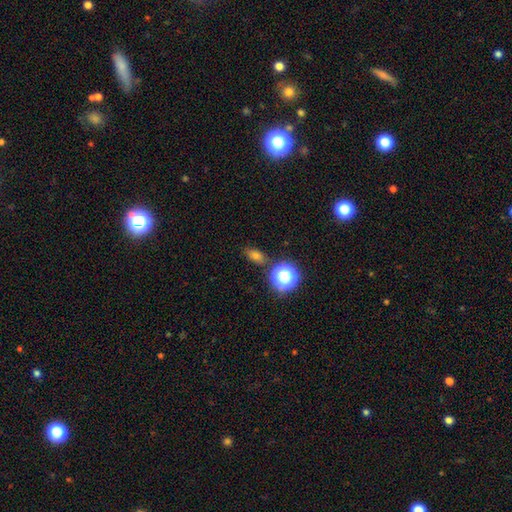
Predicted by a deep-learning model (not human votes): A smooth galaxy with no disk features (68%) that is in between round and cigar-shaped (69%). Merging: none (80%).